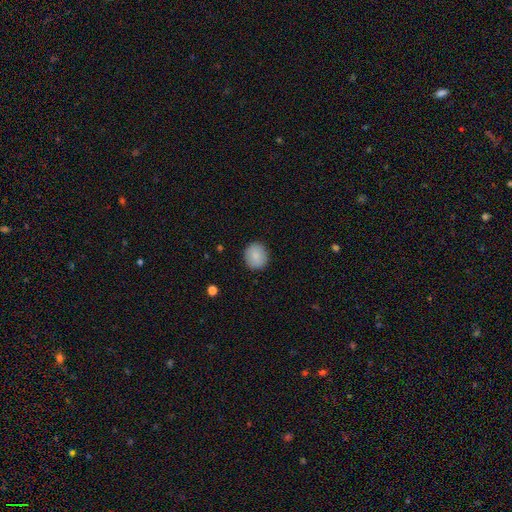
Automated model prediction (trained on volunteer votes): This appears to be a smooth galaxy with no disk features (87%) that is round (85%). Merging: none (90%).